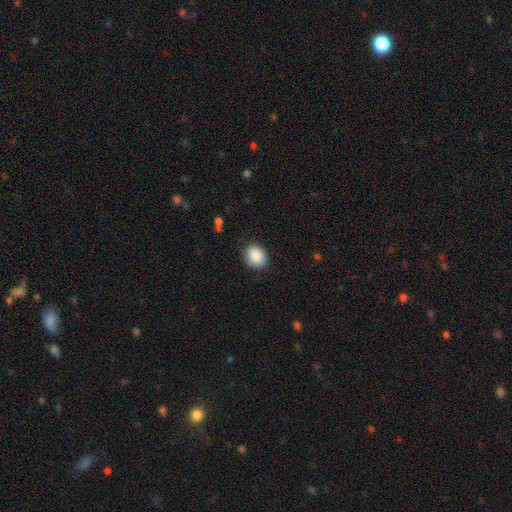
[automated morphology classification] The model was most divided on "how rounded": round: 57%, in between: 42%, cigar-shaped: 1%. More confident: smooth or featured — smooth (89%); merging — none (87%).